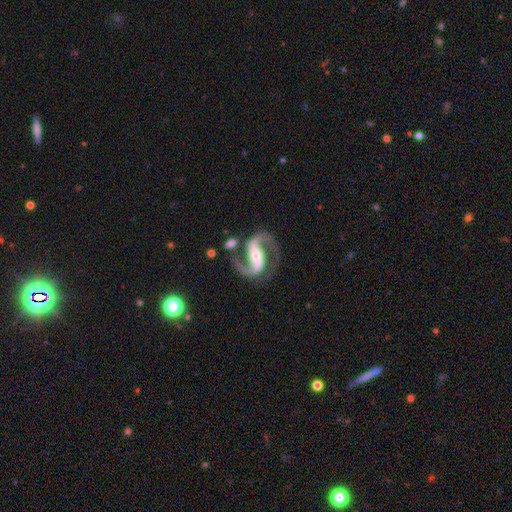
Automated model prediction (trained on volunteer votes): smooth-or-featured: featured or disk: 93% | star or artifact: 5% | smooth: 3%
  disk-edge-on: no: 97% | yes: 3%
    bar: strong: 63% | weak: 24% | no: 13%
    has-spiral-arms: yes: 98% | no: 2%
      spiral-winding: medium: 61% | loose: 24% | tight: 14%
      spiral-arm-count: 2: 94% | 1: 1% | 3: 1% | can't tell: 1% | 4: 1% | more than 4: 1%
    bulge-size: moderate: 49% | small: 45% | large: 4% | none: 2% | dominant: 1%
  merging: none: 75% | minor disturbance: 13% | major disturbance: 7% | merger: 5%